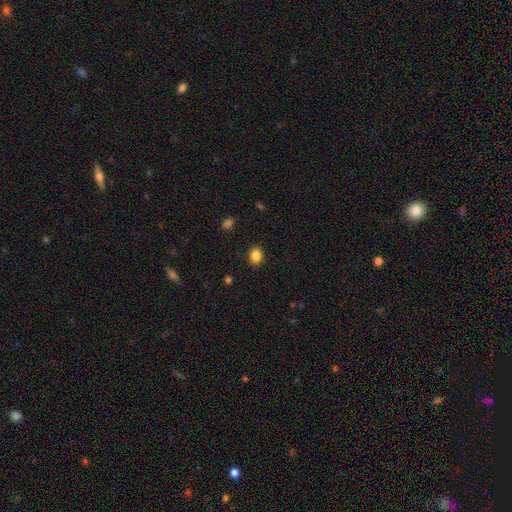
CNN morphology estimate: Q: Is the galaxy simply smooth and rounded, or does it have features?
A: smooth — 86%.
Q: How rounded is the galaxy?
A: in between — 56%.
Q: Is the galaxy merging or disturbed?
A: none — 88%.